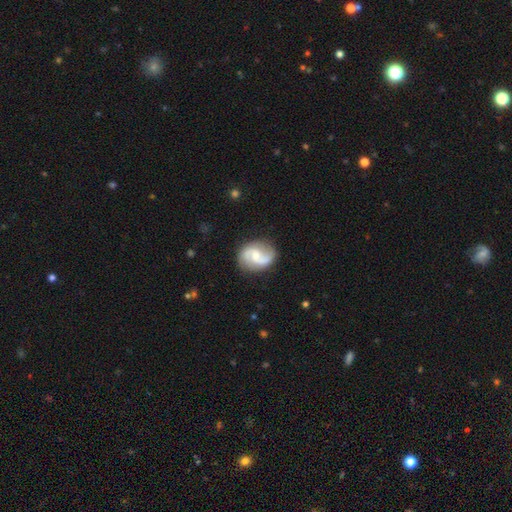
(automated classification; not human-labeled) smooth_or_featured: featured or disk (p=0.83) [alt: smooth p=0.12]
disk_edge_on: no (p=0.98) [alt: yes p=0.02]
bar: no (p=0.46) [alt: weak p=0.44]
has_spiral_arms: yes (p=0.96) [alt: no p=0.04]
spiral_winding: medium (p=0.45) [alt: loose p=0.40]
spiral_arm_count: 2 (p=0.92) [alt: can't tell p=0.03]
bulge_size: small (p=0.48) [alt: moderate p=0.46]
merging: none (p=0.83) [alt: minor disturbance p=0.12]